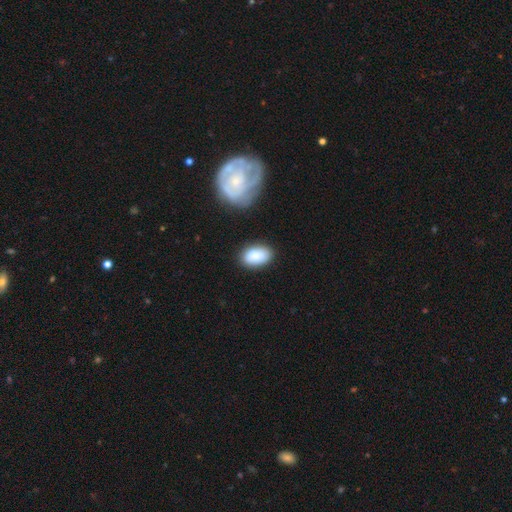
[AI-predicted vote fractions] Overall: smooth (88%). How rounded: in between (92%). Merging: none (81%).